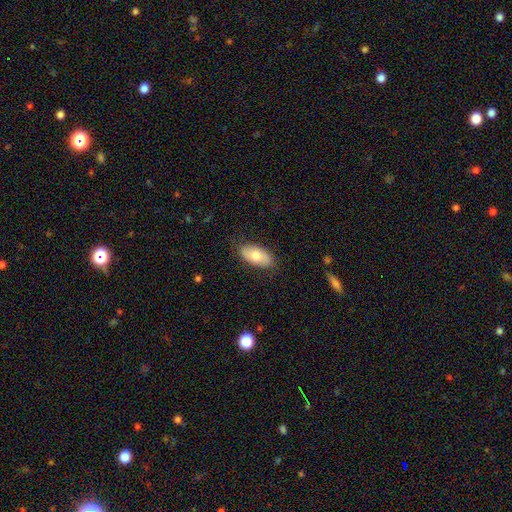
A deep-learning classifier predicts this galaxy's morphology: This is likely a smooth galaxy (70%). How rounded: clearly in between (93%). Merging: clearly none (81%).